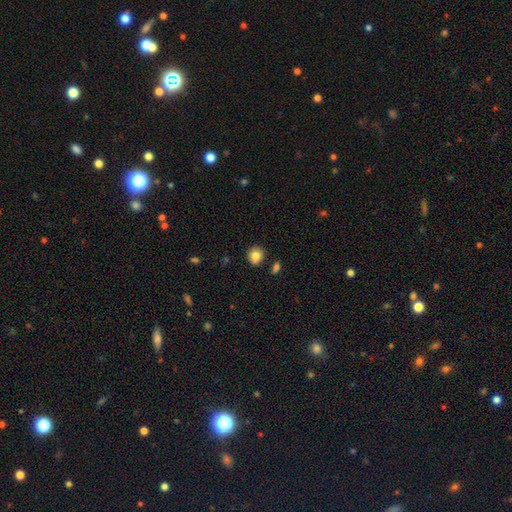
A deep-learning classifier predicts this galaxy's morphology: The model was most divided on "how rounded": round: 79%, in between: 20%, cigar-shaped: 1%. More confident: merging — none (84%); smooth or featured — smooth (82%).